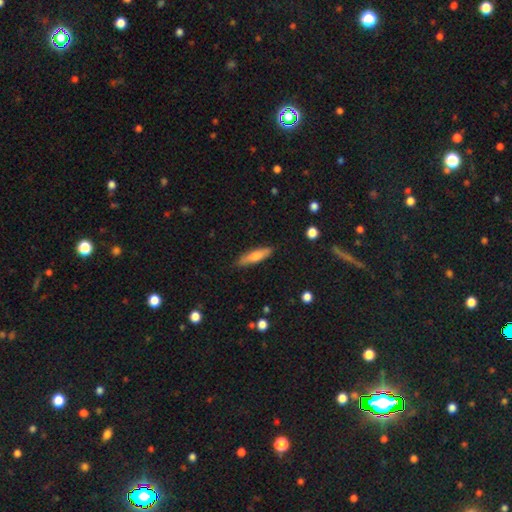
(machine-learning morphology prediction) Smooth or featured: smooth — 62% (featured or disk — 31%)
How rounded: cigar-shaped — 75% (in between — 23%)
Merging: none — 87% (minor disturbance — 10%)